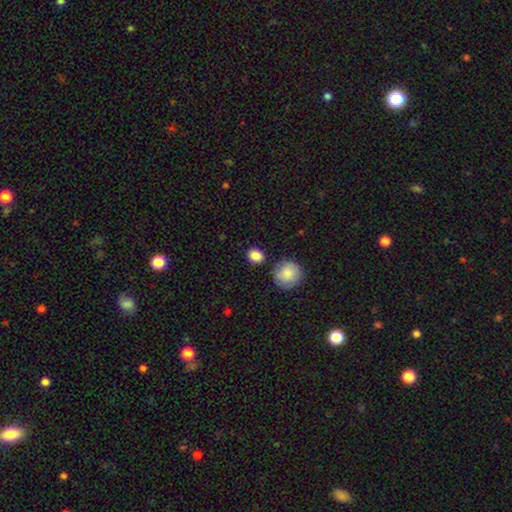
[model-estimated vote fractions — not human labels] Q: Smooth or featured?
A: smooth (88%); runner-up: star or artifact (8%)
Q: How rounded?
A: round (70%); runner-up: in between (29%)
Q: Merging?
A: none (82%); runner-up: minor disturbance (10%)